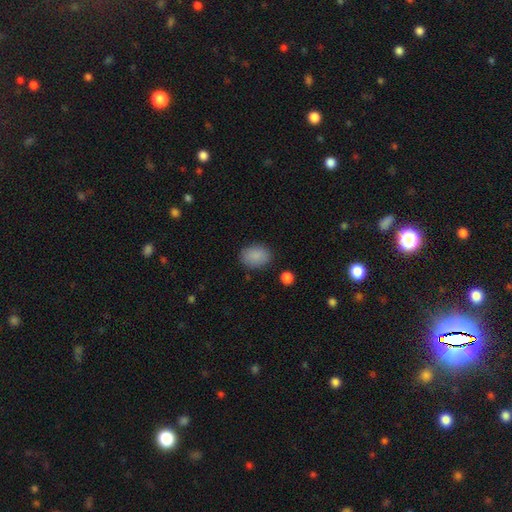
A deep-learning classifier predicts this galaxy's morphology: A smooth galaxy with no disk features (88%) that is in between round and cigar-shaped (71%). Merging: none (82%).